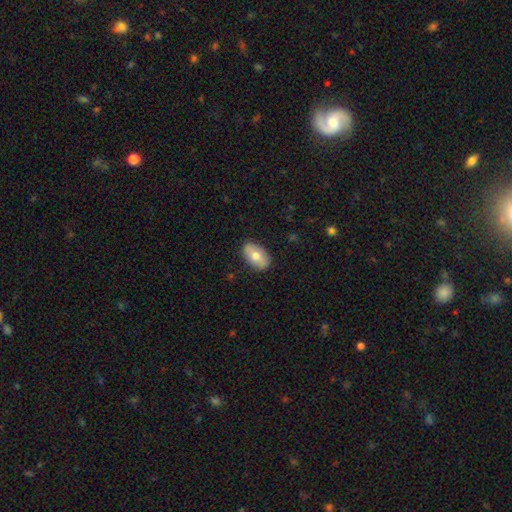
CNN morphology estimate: type=smooth (70%); roundness=in between (91%); merging=none (85%).